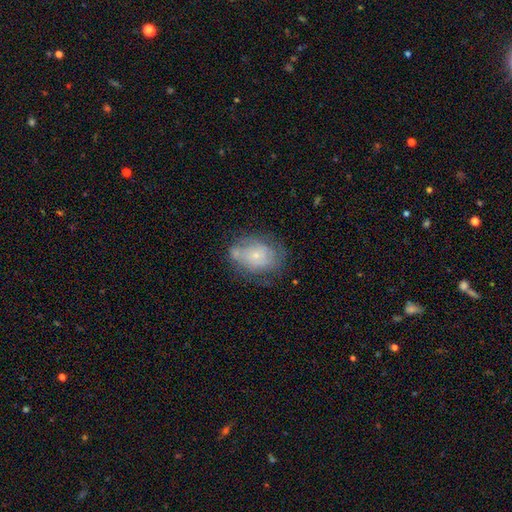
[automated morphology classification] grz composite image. It shows a featured or disk galaxy (51%). Merging: none (56%).